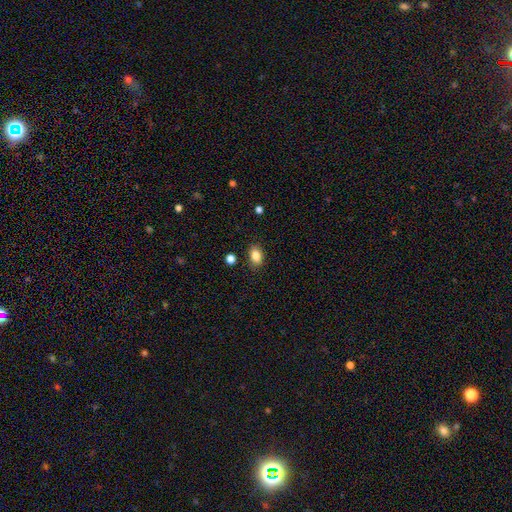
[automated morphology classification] Smooth or featured? Predicted: smooth (p=0.85). How rounded? Predicted: in between (p=0.82). Merging? Predicted: none (p=0.85).